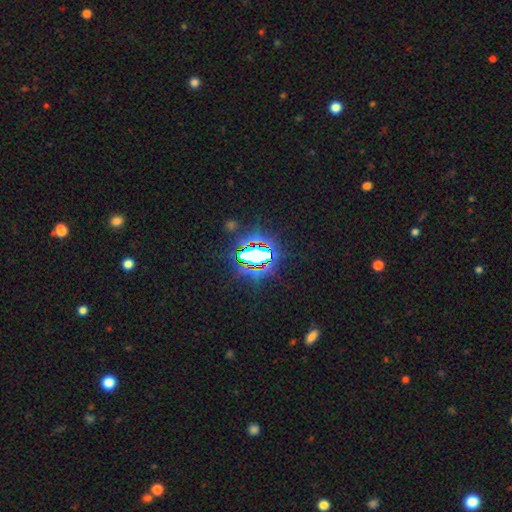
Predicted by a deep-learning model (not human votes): This appears to be a star or artifact, not a galaxy (73%).